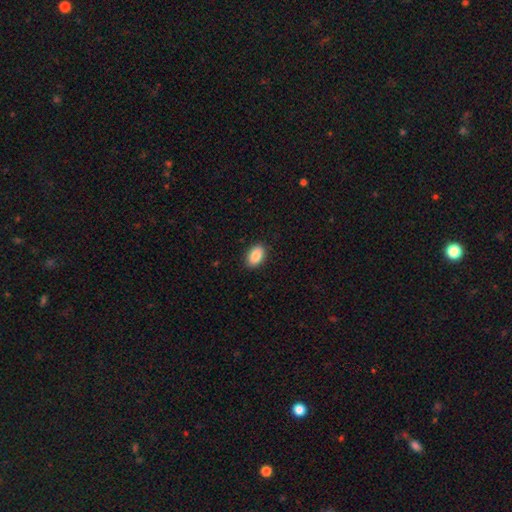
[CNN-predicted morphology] Overall: smooth (89%). How rounded: in between (91%). Merging: none (89%).